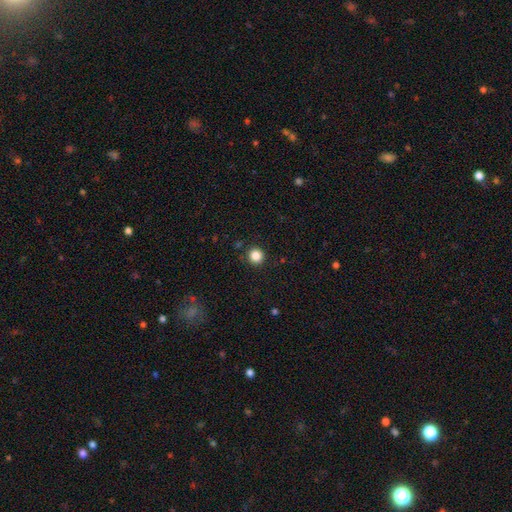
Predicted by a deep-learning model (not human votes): Overall: smooth (86%). How rounded: round (95%). Merging: none (91%).